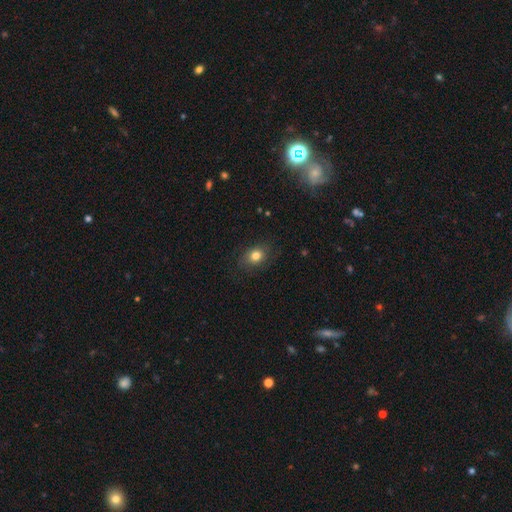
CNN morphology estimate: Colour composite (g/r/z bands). It shows a smooth galaxy with no disk features (80%) that is in between round and cigar-shaped (55%). Merging: none (80%).